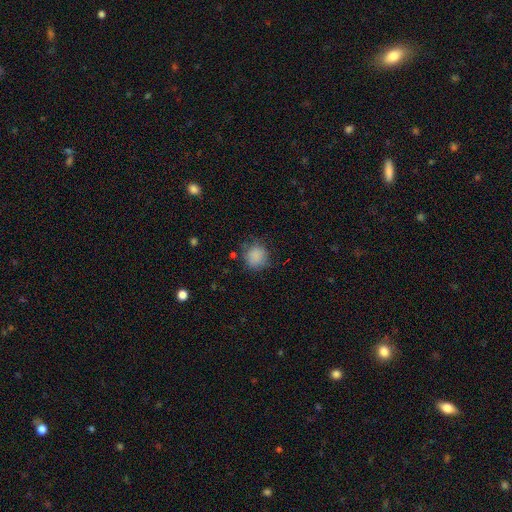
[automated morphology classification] Smooth or featured: smooth — 86% (star or artifact — 9%)
How rounded: round — 84% (in between — 15%)
Merging: none — 73% (minor disturbance — 19%)